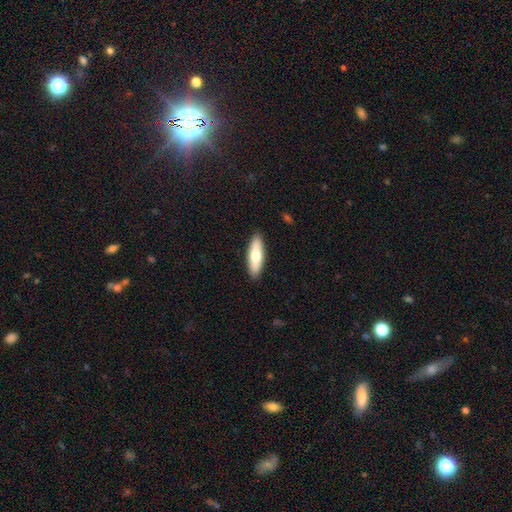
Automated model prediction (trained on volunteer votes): smooth_or_featured: smooth (p=0.67) [alt: featured or disk p=0.28]
how_rounded: cigar-shaped (p=0.55) [alt: in between p=0.43]
merging: none (p=0.90) [alt: minor disturbance p=0.07]